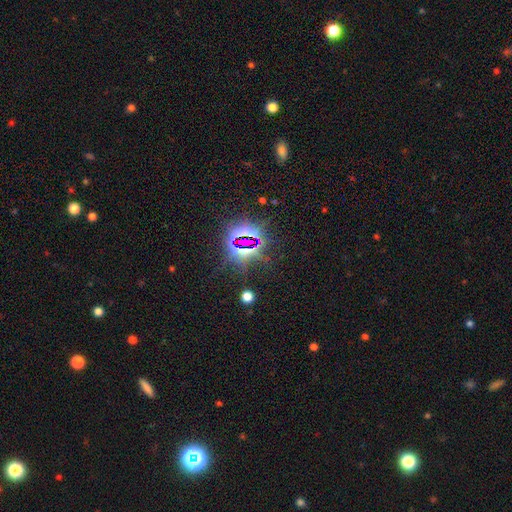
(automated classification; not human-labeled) Q: Smooth or featured?
A: star or artifact (81%); runner-up: smooth (11%)